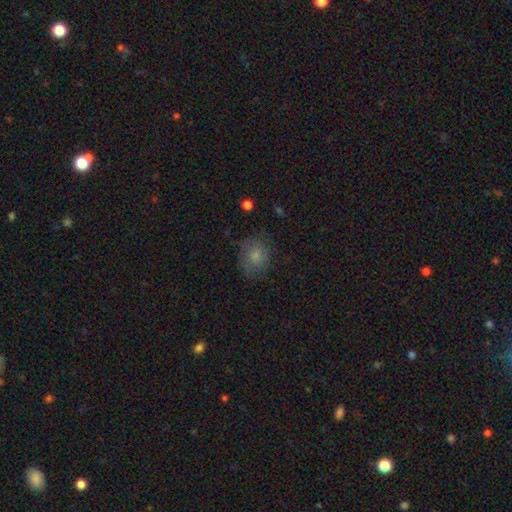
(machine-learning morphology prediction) smooth 78%, featured or disk 12%, star or artifact 10%. Down the decision tree: how rounded — round (67%); merging — none (71%).